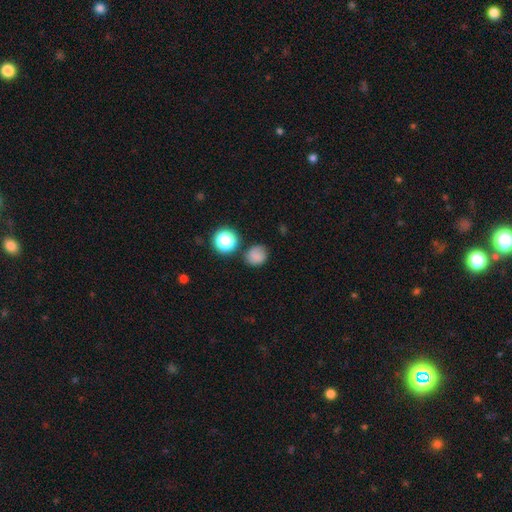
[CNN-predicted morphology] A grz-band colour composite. It shows a smooth galaxy with no disk features (76%) that is round (77%). Merging: none (73%).